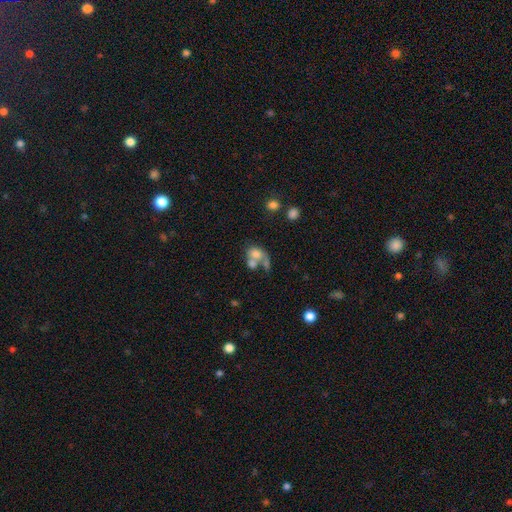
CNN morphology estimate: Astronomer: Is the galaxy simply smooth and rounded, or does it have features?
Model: smooth — 63%.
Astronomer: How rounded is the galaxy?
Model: in between — 59% (runner-up: round, 40%).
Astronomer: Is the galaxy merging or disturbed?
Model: merger — 56%.